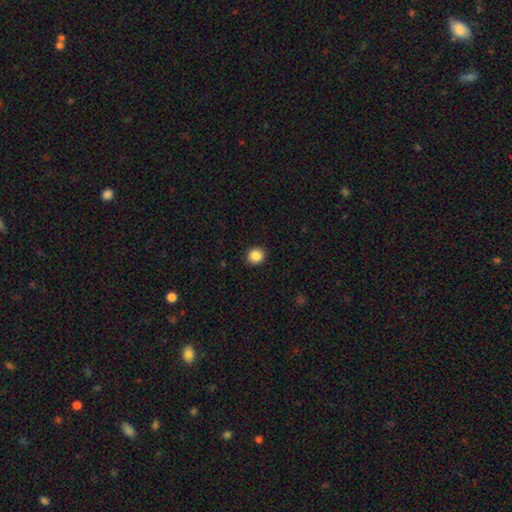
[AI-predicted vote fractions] A smooth galaxy with no disk features (87%) that is round (84%). Merging: none (91%).